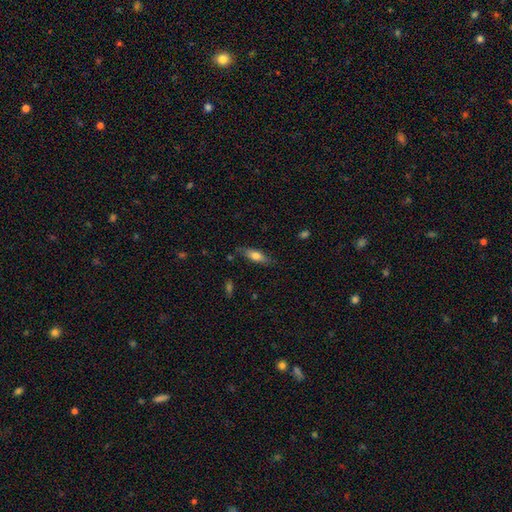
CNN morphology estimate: A smooth galaxy with no disk features (67%) that is in between round and cigar-shaped (54%). Merging: none (78%).